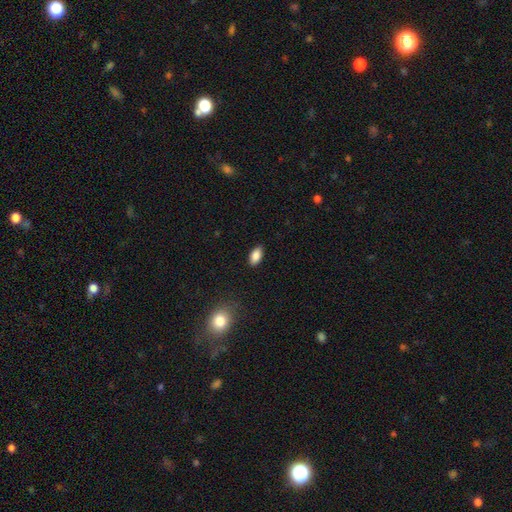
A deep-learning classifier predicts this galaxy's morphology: A smooth galaxy with no disk features (87%) that is in between round and cigar-shaped (92%). Merging: none (88%).